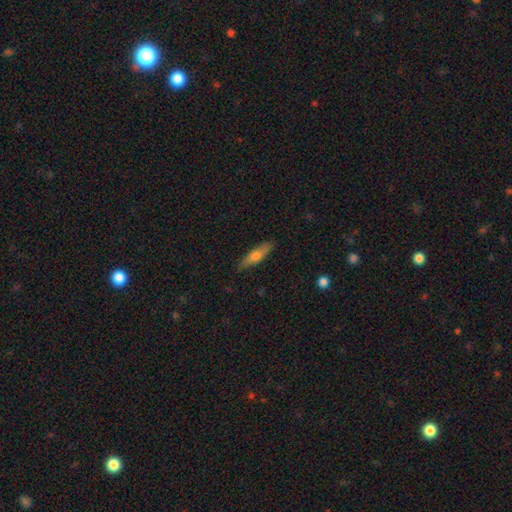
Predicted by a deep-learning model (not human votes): Smooth or featured: smooth — 61% (featured or disk — 33%)
How rounded: cigar-shaped — 69% (in between — 28%)
Merging: none — 87% (minor disturbance — 10%)